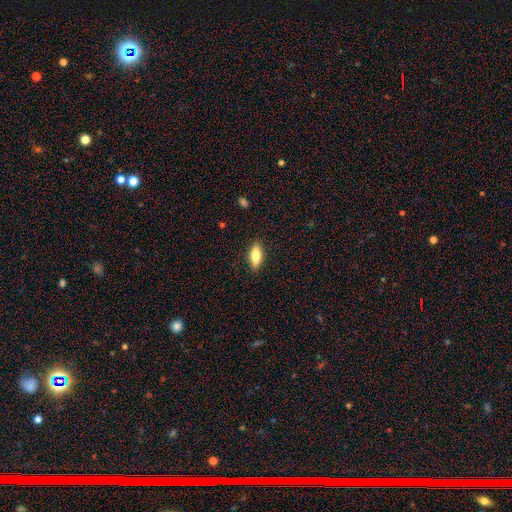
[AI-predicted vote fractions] smooth 73%, featured or disk 21%, star or artifact 6%. Down the decision tree: how rounded — in between (67%); merging — none (87%).